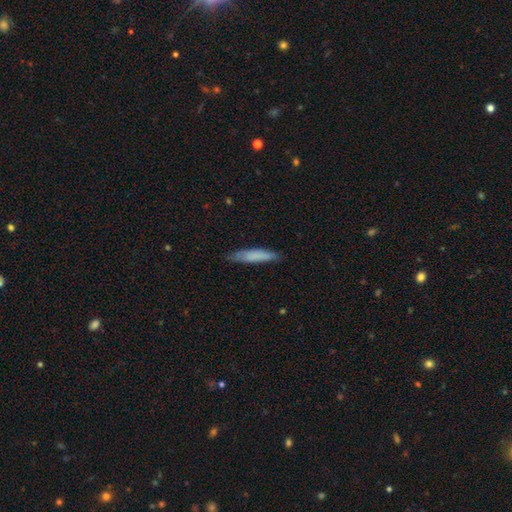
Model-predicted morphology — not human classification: Smooth or featured? Predicted: smooth (p=0.76). How rounded? Predicted: cigar-shaped (p=0.87). Merging? Predicted: none (p=0.79).